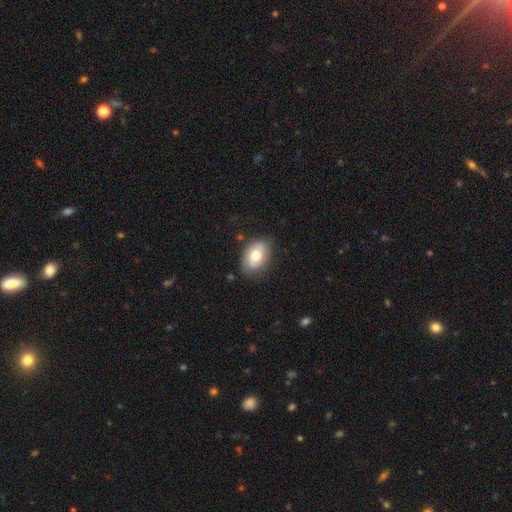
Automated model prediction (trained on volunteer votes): smooth-or-featured: smooth: 66% | featured or disk: 27% | star or artifact: 7%
  how-rounded: in between: 84% | round: 15% | cigar-shaped: 1%
  merging: none: 74% | minor disturbance: 20% | major disturbance: 5% | merger: 2%